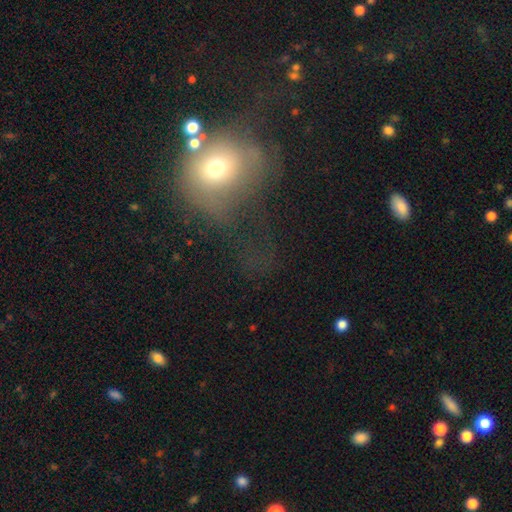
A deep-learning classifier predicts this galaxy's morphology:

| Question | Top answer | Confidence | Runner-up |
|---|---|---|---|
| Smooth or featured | smooth | 53% | star or artifact (25%) |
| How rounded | round | 69% | in between (29%) |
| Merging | major disturbance | 39% | none (32%) |